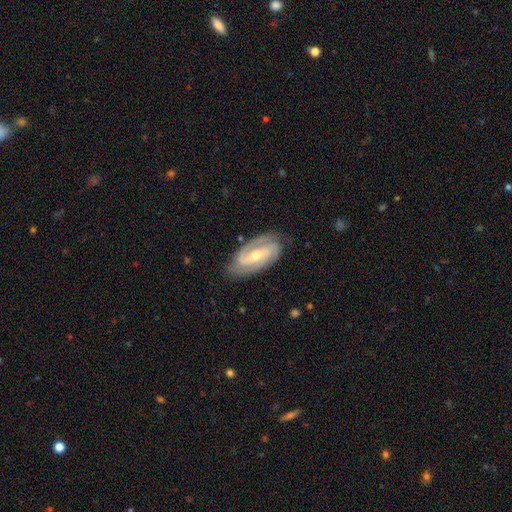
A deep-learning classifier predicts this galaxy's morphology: Smooth or featured? featured or disk (86%)
Edge-on disk? no (95%)
Bar? weak (39%)
Spiral arms? yes (96%)
Spiral winding? tight (44%)
Spiral arm count? 2 (82%)
Bulge size? small (51%)
Merging? none (81%)